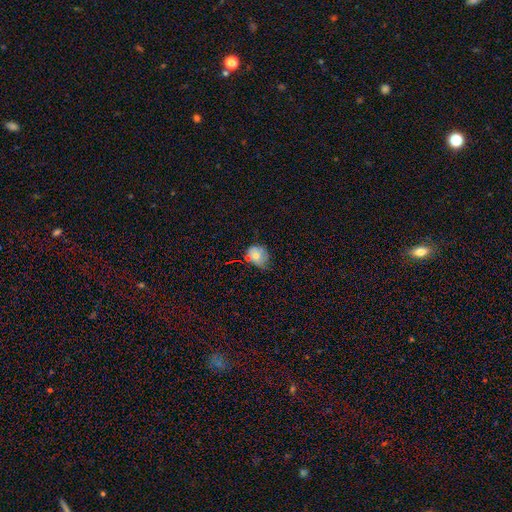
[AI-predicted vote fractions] Morphology: type=smooth (59%); roundness=round (54%); merging=none (43%).